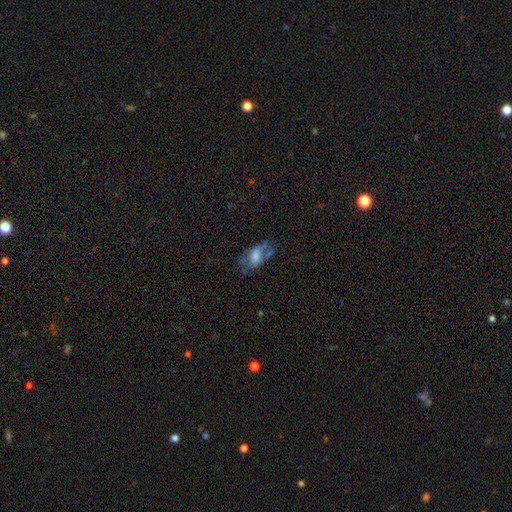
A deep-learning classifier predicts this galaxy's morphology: A smooth galaxy with no disk features (51%) that is in between round and cigar-shaped (87%). Merging: none (38%).